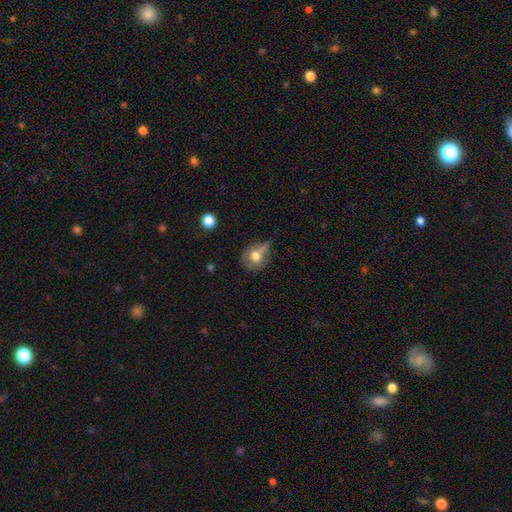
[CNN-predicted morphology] Smooth or featured?
  - smooth: 66% *
  - featured or disk: 24%
  - star or artifact: 10%
How rounded?
  - round: 63% *
  - in between: 35%
  - cigar-shaped: 2%
Merging?
  - none: 36% *
  - minor disturbance: 35%
  - major disturbance: 21%
  - merger: 8%